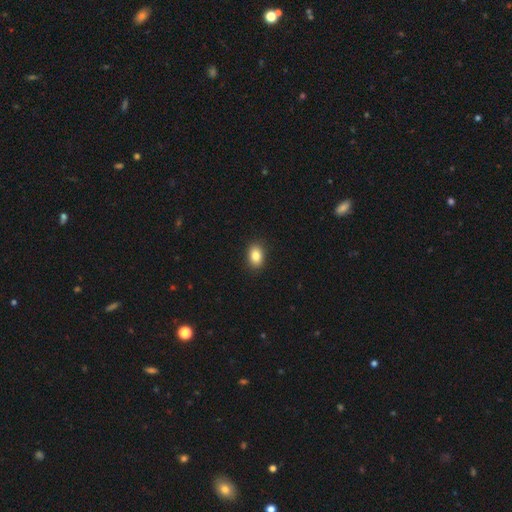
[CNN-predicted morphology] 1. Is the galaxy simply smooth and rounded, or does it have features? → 85% smooth, 9% star or artifact, 6% featured or disk.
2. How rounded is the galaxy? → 81% in between, 18% round, 1% cigar-shaped.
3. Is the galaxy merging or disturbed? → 90% none, 7% minor disturbance, 2% major disturbance, 1% merger.